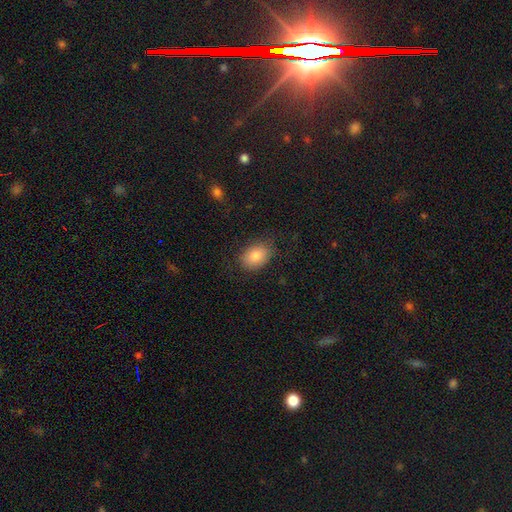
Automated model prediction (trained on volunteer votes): Morphology: type=smooth (83%); roundness=in between (79%); merging=none (80%).